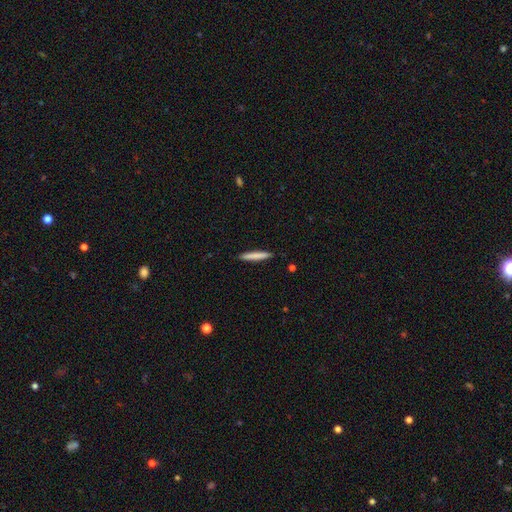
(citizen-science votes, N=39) A smooth galaxy with no disk features (87%) that is cigar-shaped (97%). Merging: none (97%).